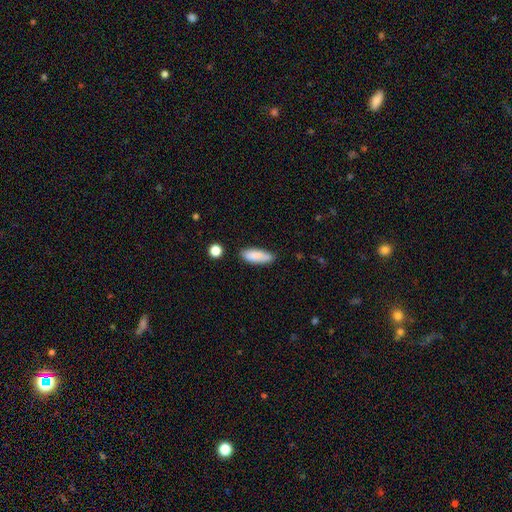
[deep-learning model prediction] Morphology: type=smooth (87%); roundness=in between (65%); merging=none (76%).